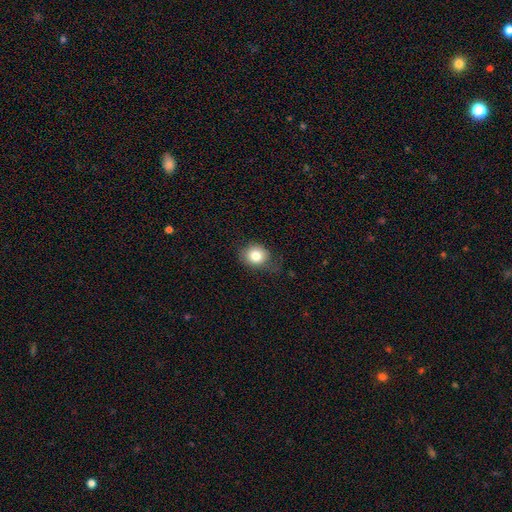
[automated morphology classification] Q: Smooth or featured?
A: smooth (80%); runner-up: star or artifact (10%)
Q: How rounded?
A: round (69%); runner-up: in between (30%)
Q: Merging?
A: none (65%); runner-up: minor disturbance (25%)